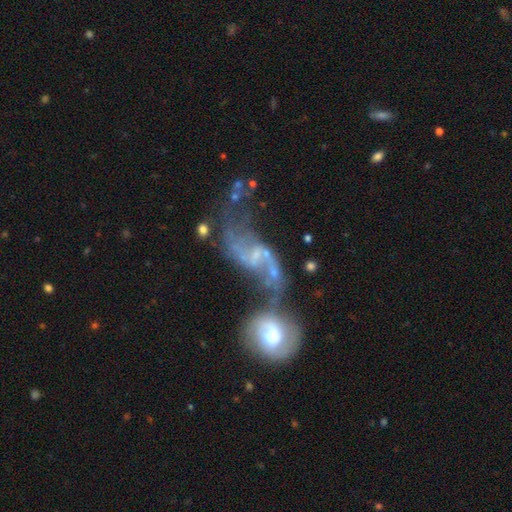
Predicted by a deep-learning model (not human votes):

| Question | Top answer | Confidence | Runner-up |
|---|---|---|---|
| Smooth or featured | featured or disk | 79% | smooth (12%) |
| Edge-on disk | no | 95% | yes (5%) |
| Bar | weak | 42% | no (38%) |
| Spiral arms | yes | 84% | no (16%) |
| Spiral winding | loose | 81% | medium (14%) |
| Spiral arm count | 2 | 85% | can't tell (6%) |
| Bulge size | small | 49% | none (27%) |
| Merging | merger | 46% | major disturbance (21%) |